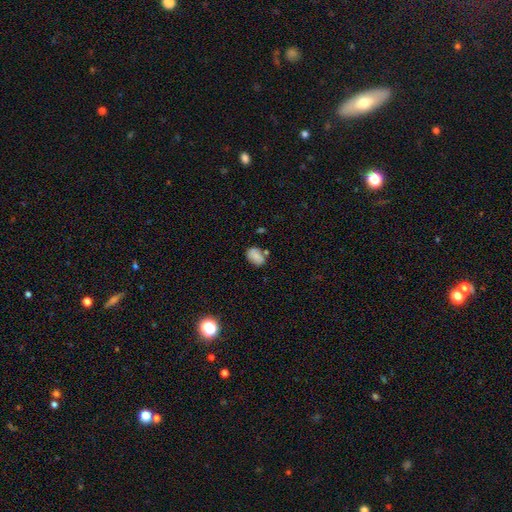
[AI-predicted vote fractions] Overall: smooth (81%). How rounded: in between (79%). Merging: none (64%).